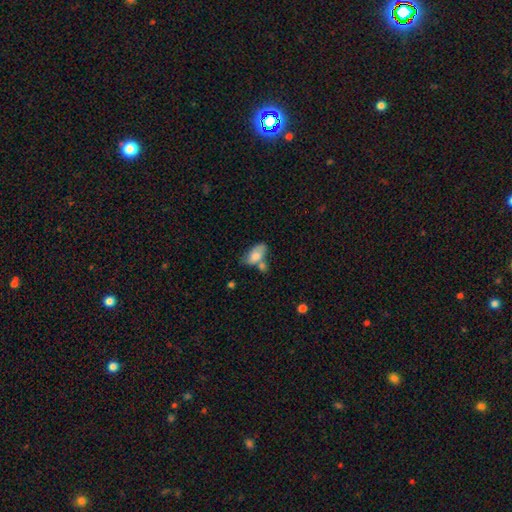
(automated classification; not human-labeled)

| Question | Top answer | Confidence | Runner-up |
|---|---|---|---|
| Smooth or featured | smooth | 74% | featured or disk (19%) |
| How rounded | in between | 91% | round (5%) |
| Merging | none | 36% | merger (35%) |